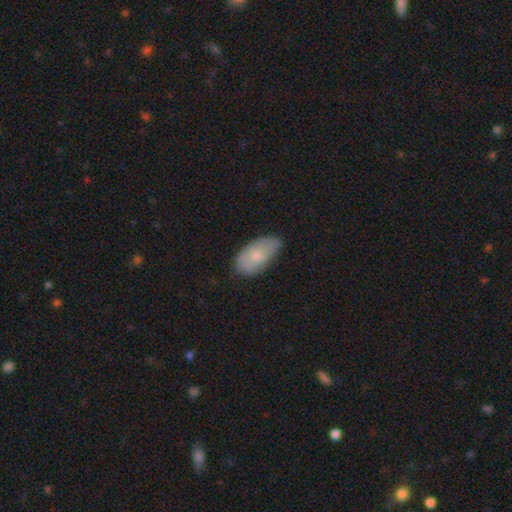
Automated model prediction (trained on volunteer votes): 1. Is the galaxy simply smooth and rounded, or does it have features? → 68% smooth, 25% featured or disk, 6% star or artifact.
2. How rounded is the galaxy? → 94% in between, 4% round, 3% cigar-shaped.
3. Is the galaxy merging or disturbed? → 64% none, 29% minor disturbance, 5% major disturbance, 1% merger.